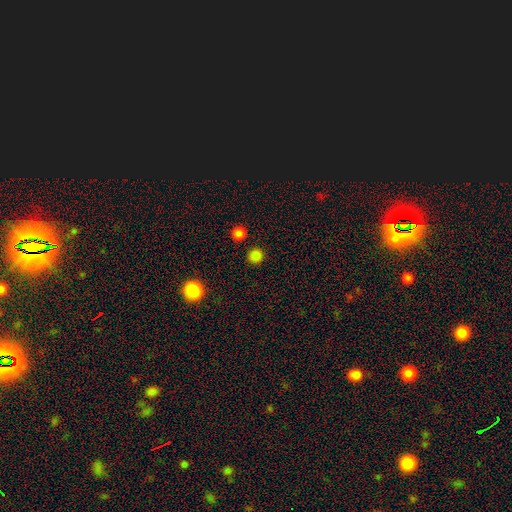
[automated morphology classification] smooth 82%, star or artifact 15%, featured or disk 3%. Down the decision tree: how rounded — round (93%); merging — none (89%).